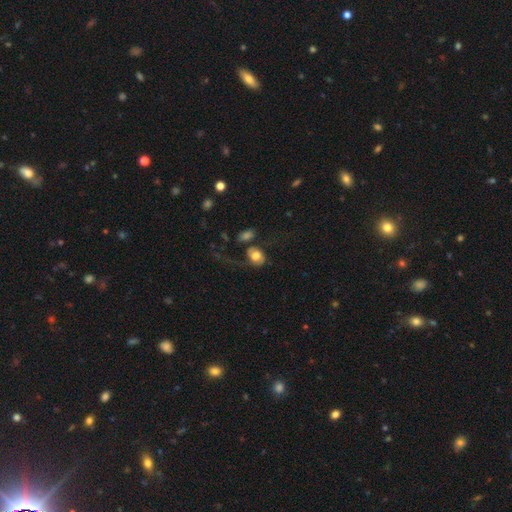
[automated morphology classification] type=smooth (63%); roundness=in between (56%); merging=major disturbance (36%).